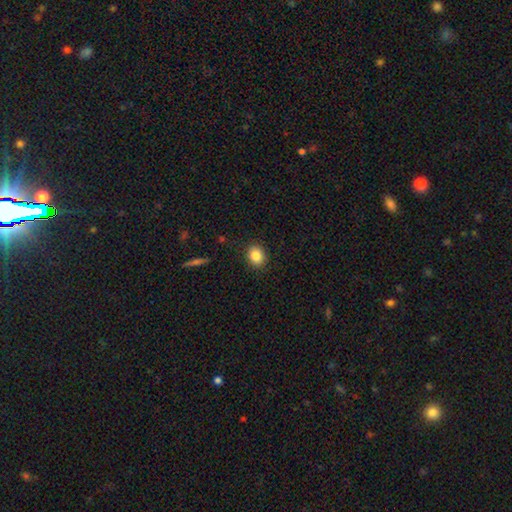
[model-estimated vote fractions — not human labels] Smooth or featured? Predicted: smooth (p=0.84). How rounded? Predicted: round (p=0.59). Merging? Predicted: none (p=0.89).